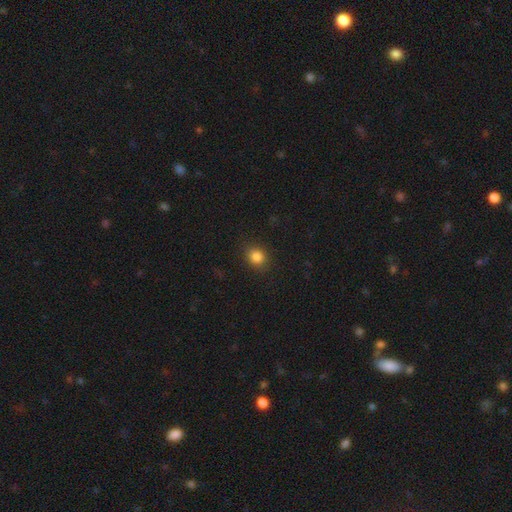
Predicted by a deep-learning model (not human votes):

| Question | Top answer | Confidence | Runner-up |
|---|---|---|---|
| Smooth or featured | smooth | 84% | star or artifact (11%) |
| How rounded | round | 65% | in between (33%) |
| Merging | none | 87% | minor disturbance (9%) |